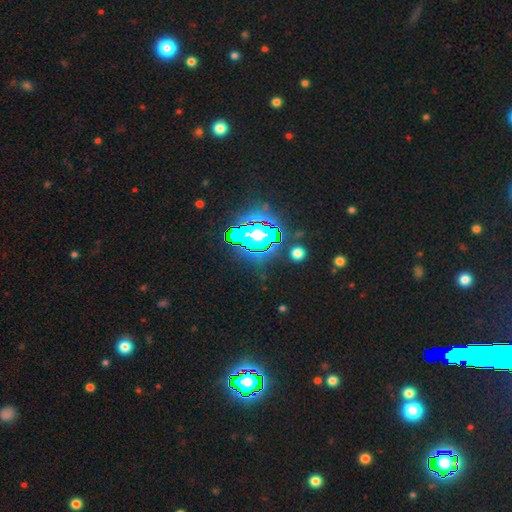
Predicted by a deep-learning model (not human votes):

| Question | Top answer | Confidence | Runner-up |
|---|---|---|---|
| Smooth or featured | star or artifact | 84% | smooth (9%) |